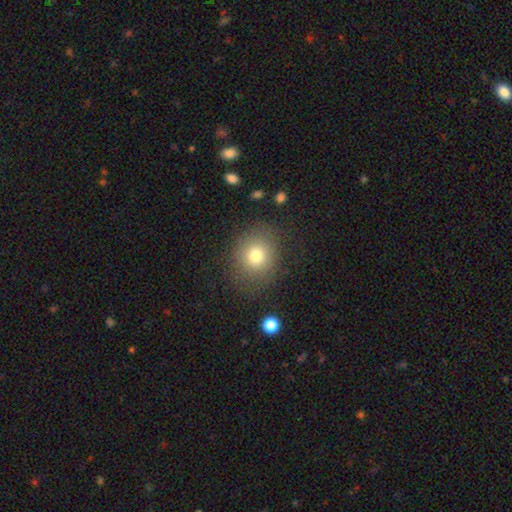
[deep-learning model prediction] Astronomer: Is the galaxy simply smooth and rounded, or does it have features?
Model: smooth — 76%.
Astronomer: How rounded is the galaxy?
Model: round — 75%.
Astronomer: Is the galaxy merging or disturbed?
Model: none — 79%.